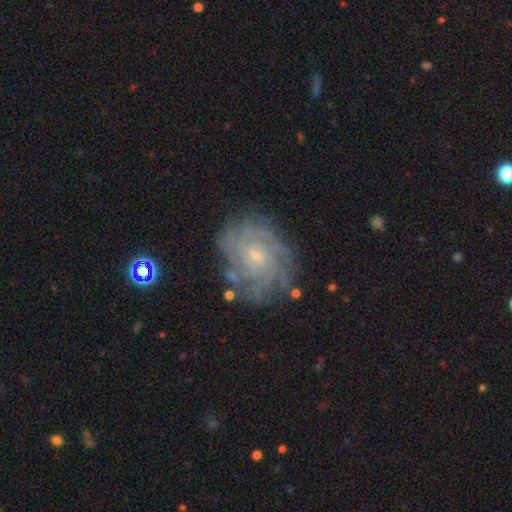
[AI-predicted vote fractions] Q: Smooth or featured?
A: featured or disk (84%); runner-up: smooth (9%)
Q: Edge-on disk?
A: no (97%); runner-up: yes (3%)
Q: Bar?
A: no (68%); runner-up: weak (28%)
Q: Spiral arms?
A: yes (96%); runner-up: no (4%)
Q: Spiral winding?
A: tight (71%); runner-up: medium (24%)
Q: Spiral arm count?
A: can't tell (33%); runner-up: 4 (22%)
Q: Bulge size?
A: small (72%); runner-up: moderate (24%)
Q: Merging?
A: none (78%); runner-up: minor disturbance (14%)